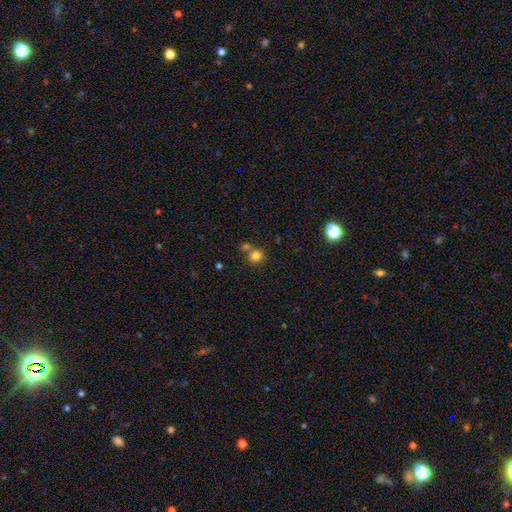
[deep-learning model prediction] Smooth or featured? smooth (80%)
How rounded? round (90%)
Merging? none (61%)